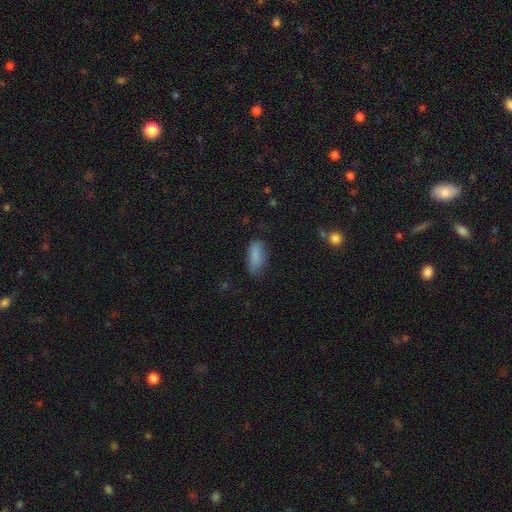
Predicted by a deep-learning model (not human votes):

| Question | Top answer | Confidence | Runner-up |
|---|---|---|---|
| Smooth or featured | smooth | 84% | star or artifact (8%) |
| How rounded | in between | 83% | cigar-shaped (14%) |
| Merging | none | 65% | minor disturbance (25%) |